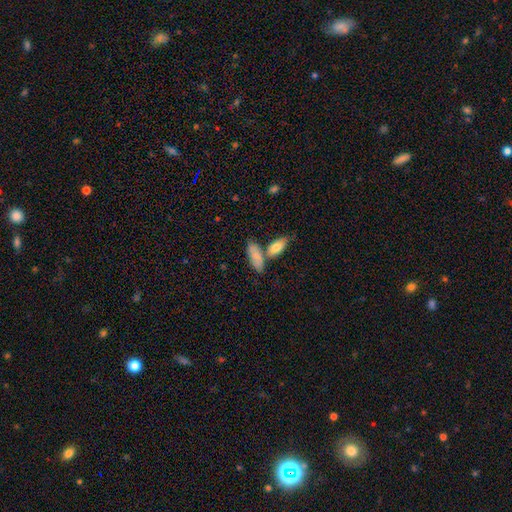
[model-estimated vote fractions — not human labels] This appears to be a smooth galaxy with no disk features (79%) that is in between round and cigar-shaped (78%). Merging: none (49%).